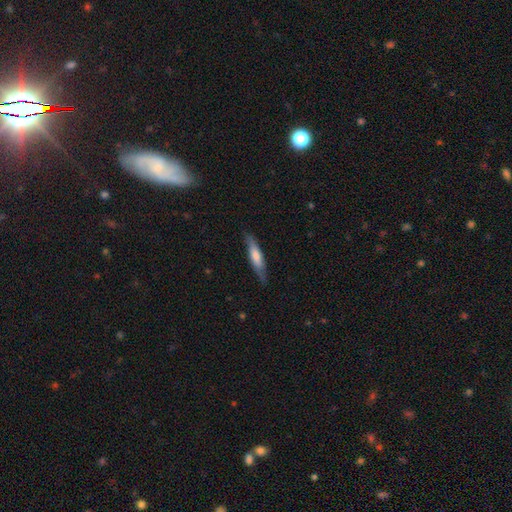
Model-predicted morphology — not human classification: This appears to be a smooth galaxy with no disk features (58%) that is cigar-shaped (81%). Merging: none (81%).